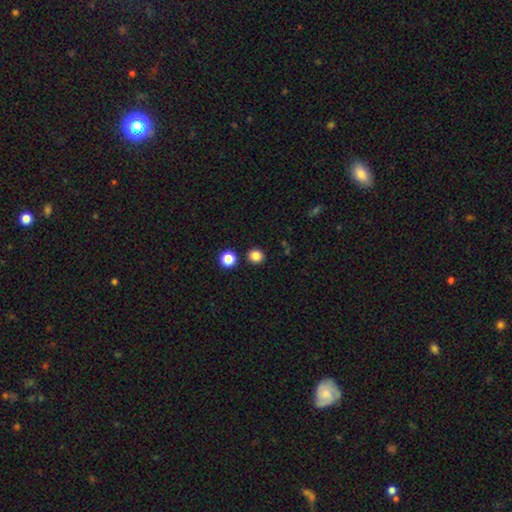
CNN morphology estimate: A smooth galaxy with no disk features (84%) that is round (90%).

Vote fractions:
- Smooth or featured? smooth: 84% / star or artifact: 12% / featured or disk: 4%
- How rounded? round: 90% / in between: 9% / cigar-shaped: 1%
- Merging? none: 88% / minor disturbance: 6% / merger: 4% / major disturbance: 2%